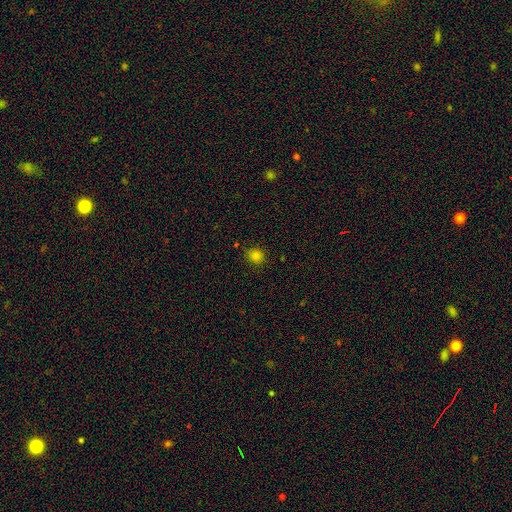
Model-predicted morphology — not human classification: type=smooth (80%); roundness=round (85%); merging=none (85%).